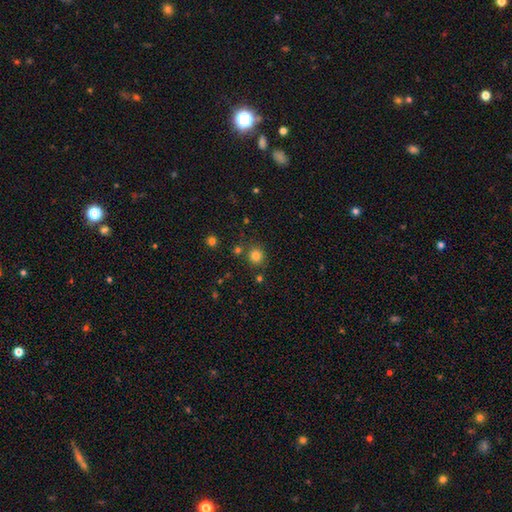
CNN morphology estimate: Smooth or featured? Predicted: smooth (p=0.80). How rounded? Predicted: round (p=0.91). Merging? Predicted: none (p=0.81).